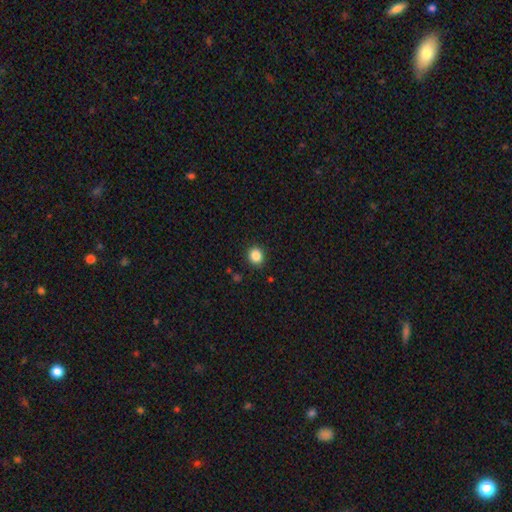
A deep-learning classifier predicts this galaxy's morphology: Smooth or featured: smooth — 86% (star or artifact — 10%)
How rounded: round — 75% (in between — 24%)
Merging: none — 90% (minor disturbance — 7%)